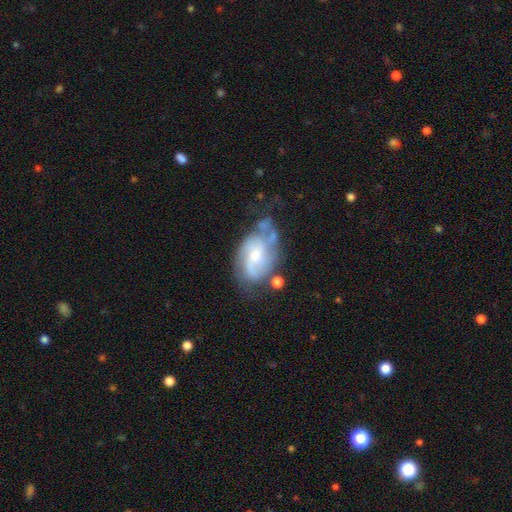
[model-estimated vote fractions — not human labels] Morphology: type=featured or disk (77%); edge-on=no (97%); bar=no (61%); spiral arms=yes (88%); winding=medium (44%); arm count=2 (38%); bulge=small (51%); merging=none (47%).